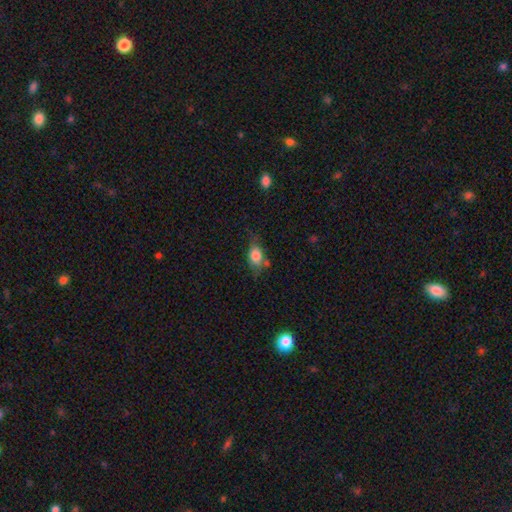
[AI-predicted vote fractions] Smooth or featured?
  - smooth: 76% *
  - featured or disk: 15%
  - star or artifact: 9%
How rounded?
  - in between: 74% *
  - round: 21%
  - cigar-shaped: 4%
Merging?
  - none: 48% *
  - minor disturbance: 32%
  - major disturbance: 13%
  - merger: 7%